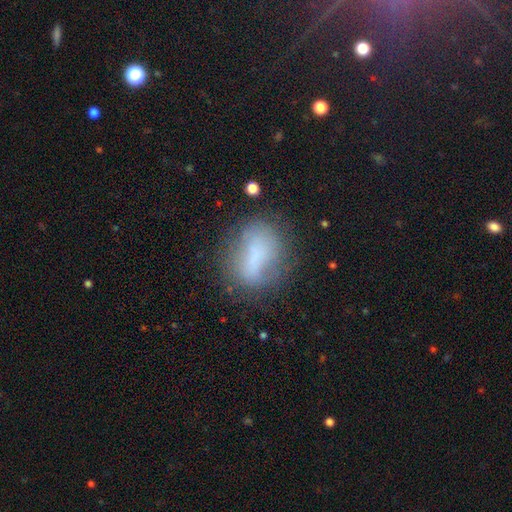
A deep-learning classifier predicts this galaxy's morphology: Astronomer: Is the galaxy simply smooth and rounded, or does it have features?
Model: smooth — 63%.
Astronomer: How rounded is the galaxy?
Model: in between — 70%.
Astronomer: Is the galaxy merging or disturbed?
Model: none — 57%.